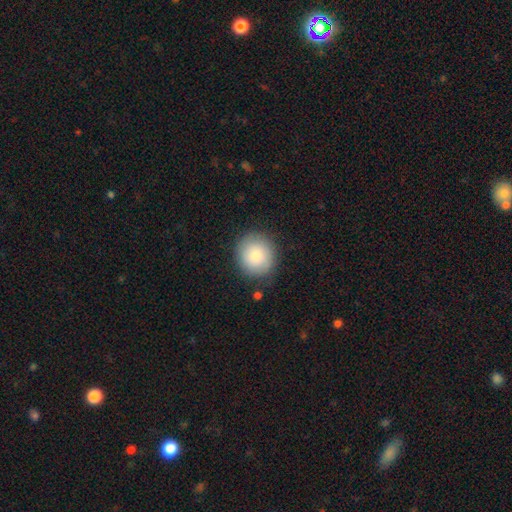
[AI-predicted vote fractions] Q: Smooth or featured?
A: smooth (84%); runner-up: featured or disk (9%)
Q: How rounded?
A: round (90%); runner-up: in between (9%)
Q: Merging?
A: none (86%); runner-up: minor disturbance (10%)